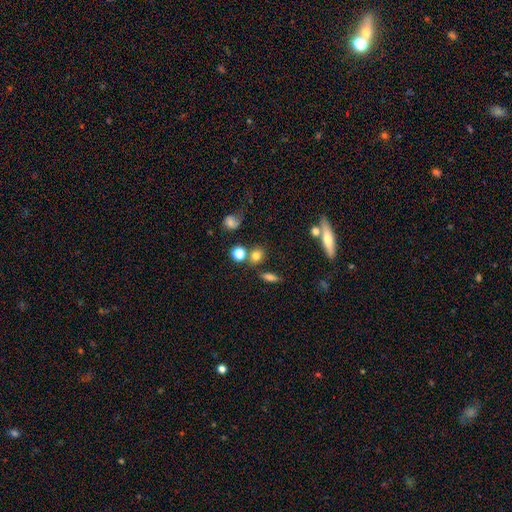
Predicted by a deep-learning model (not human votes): This is likely a smooth galaxy (75%). How rounded: likely round (68%). Merging: likely none (67%).